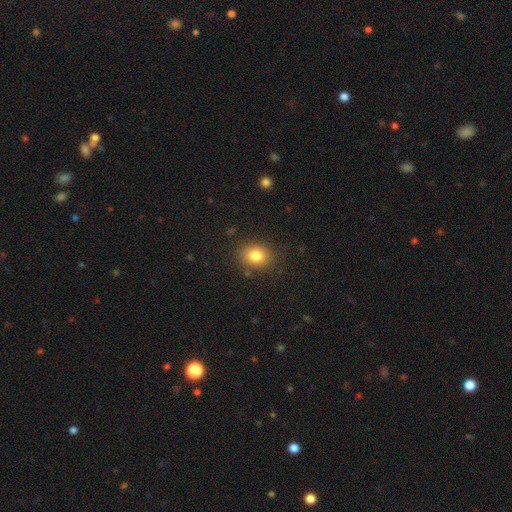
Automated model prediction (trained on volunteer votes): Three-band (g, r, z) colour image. It shows a smooth galaxy with no disk features (81%) that is in between round and cigar-shaped (54%). Merging: none (84%).